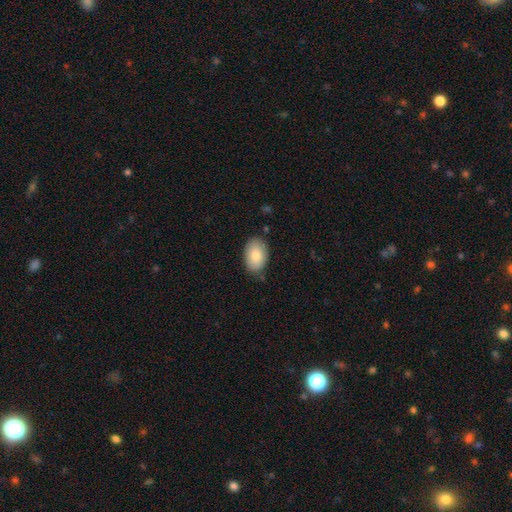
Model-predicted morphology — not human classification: smooth-or-featured: smooth: 85% | featured or disk: 9% | star or artifact: 6%
  how-rounded: in between: 90% | round: 9% | cigar-shaped: 1%
  merging: none: 81% | minor disturbance: 15% | major disturbance: 3% | merger: 2%